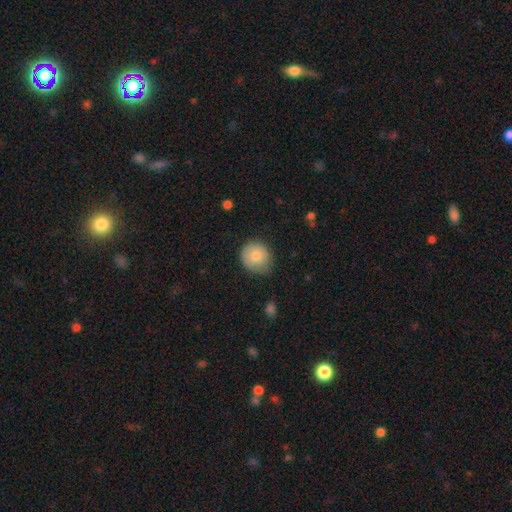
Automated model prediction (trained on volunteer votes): Smooth or featured? smooth (80%)
How rounded? round (84%)
Merging? none (67%)